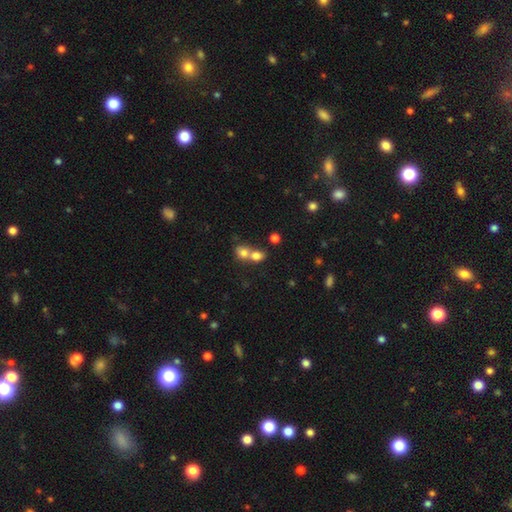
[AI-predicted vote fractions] Q: Smooth or featured?
A: smooth (76%); runner-up: featured or disk (13%)
Q: How rounded?
A: round (58%); runner-up: in between (40%)
Q: Merging?
A: merger (67%); runner-up: none (25%)